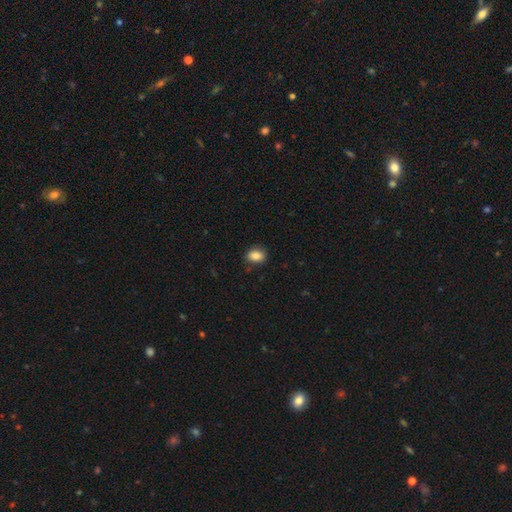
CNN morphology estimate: This appears to be a smooth galaxy with no disk features (85%) that is in between round and cigar-shaped (66%). Merging: none (85%).